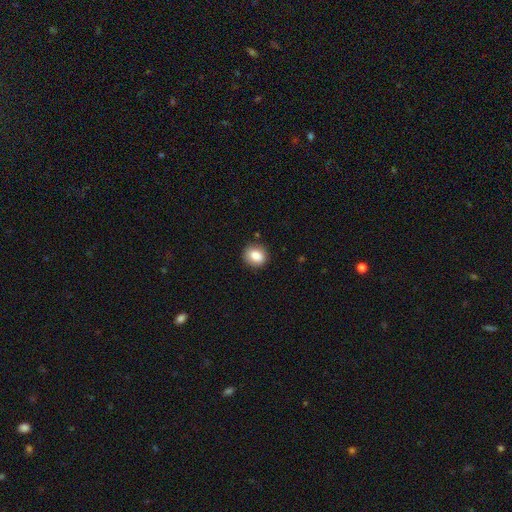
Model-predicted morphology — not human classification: This appears to be a smooth galaxy with no disk features (84%) that is round (76%). Merging: none (88%).